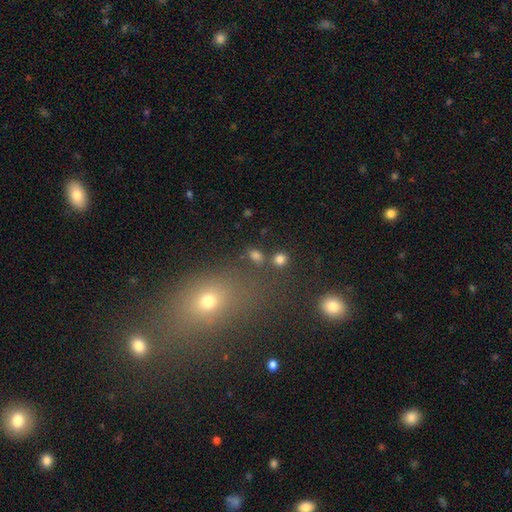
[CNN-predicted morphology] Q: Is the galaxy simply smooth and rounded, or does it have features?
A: smooth — 79%.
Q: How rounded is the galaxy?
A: in between — 55%.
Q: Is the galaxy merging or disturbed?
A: none — 76%.